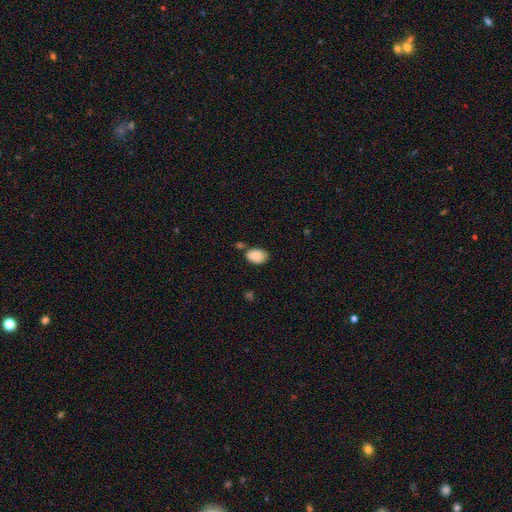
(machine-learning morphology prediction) type=smooth (87%); roundness=in between (83%); merging=none (65%).